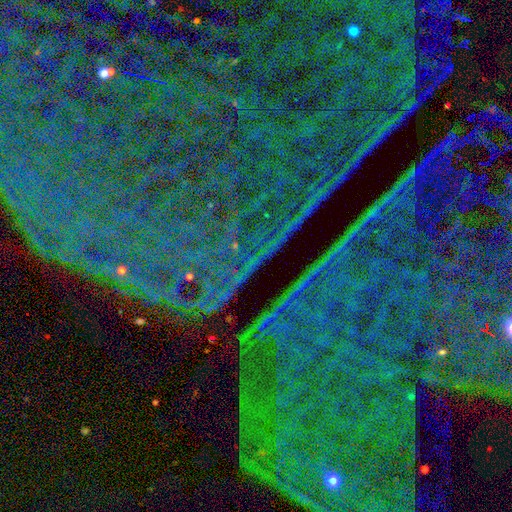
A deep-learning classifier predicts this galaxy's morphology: Smooth or featured? Predicted: star or artifact (p=0.88).